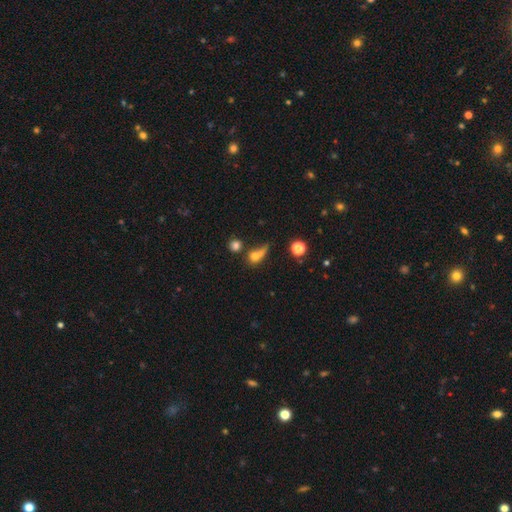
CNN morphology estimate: smooth 67%, featured or disk 17%, star or artifact 16%. Down the decision tree: how rounded — round (58%); merging — merger (39%).